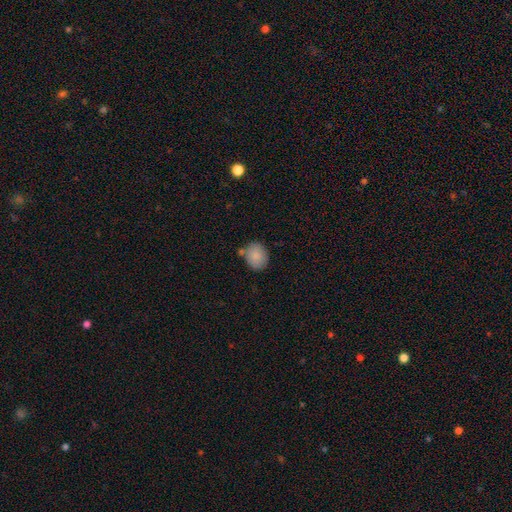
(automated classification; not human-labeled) A smooth galaxy with no disk features (87%) that is round (51%).

Vote fractions:
- Smooth or featured? smooth: 87% / star or artifact: 8% / featured or disk: 6%
- How rounded? round: 51% / in between: 48% / cigar-shaped: 1%
- Merging? none: 71% / minor disturbance: 15% / merger: 11% / major disturbance: 4%